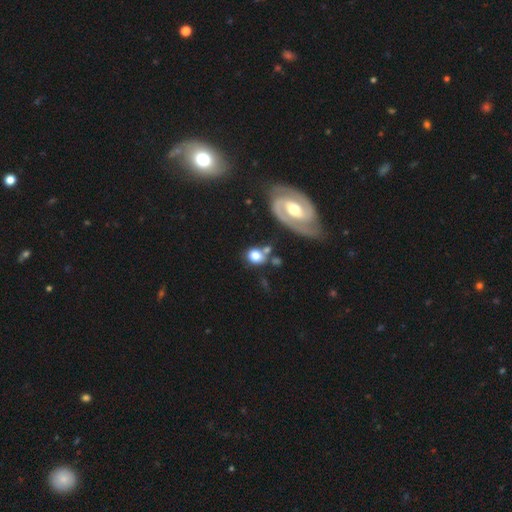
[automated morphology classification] Smooth or featured: smooth — 68% (featured or disk — 24%)
How rounded: round — 63% (in between — 35%)
Merging: none — 53% (merger — 21%)